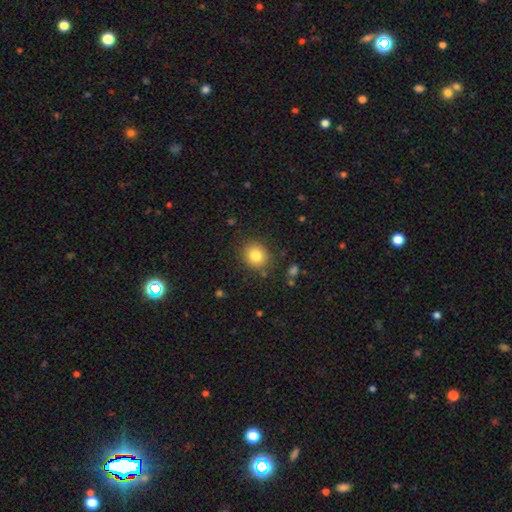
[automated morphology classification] Smooth or featured: smooth — 82% (star or artifact — 11%)
How rounded: round — 77% (in between — 22%)
Merging: none — 86% (minor disturbance — 9%)